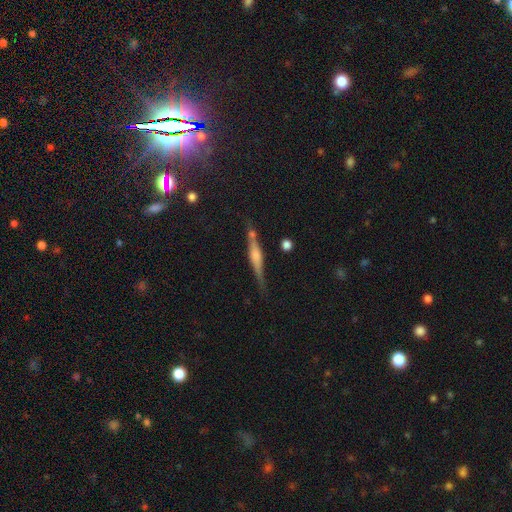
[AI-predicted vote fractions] Morphology: type=featured or disk (68%); edge-on=yes (96%); edge-on bulge=rounded (65%); merging=none (75%).